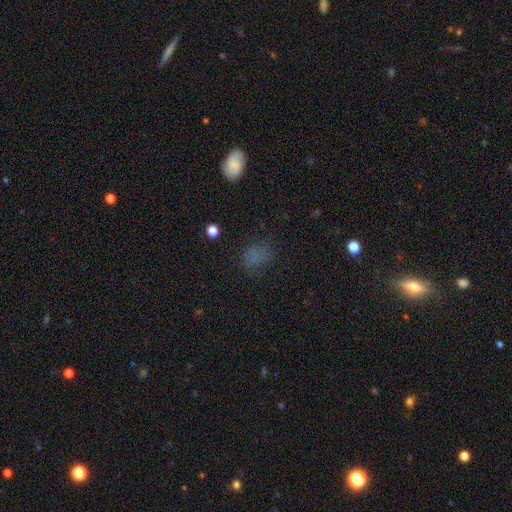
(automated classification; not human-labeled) Overall: smooth (70%). How rounded: in between (62%; round 36%). Merging: none (66%).